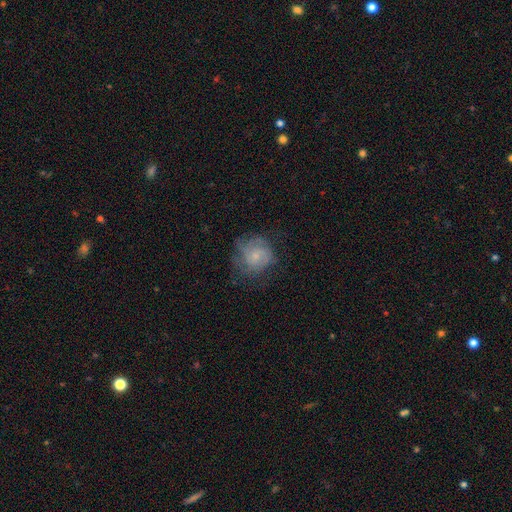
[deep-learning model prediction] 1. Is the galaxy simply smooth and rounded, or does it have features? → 53% featured or disk, 38% smooth, 9% star or artifact.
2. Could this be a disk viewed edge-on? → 98% no, 2% yes.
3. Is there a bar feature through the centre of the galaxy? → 77% no, 21% weak, 3% strong.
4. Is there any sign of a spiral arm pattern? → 80% yes, 20% no.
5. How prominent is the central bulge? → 66% small, 21% moderate, 11% none, 2% large, 1% dominant.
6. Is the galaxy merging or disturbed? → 59% none, 24% minor disturbance, 15% major disturbance, 1% merger.